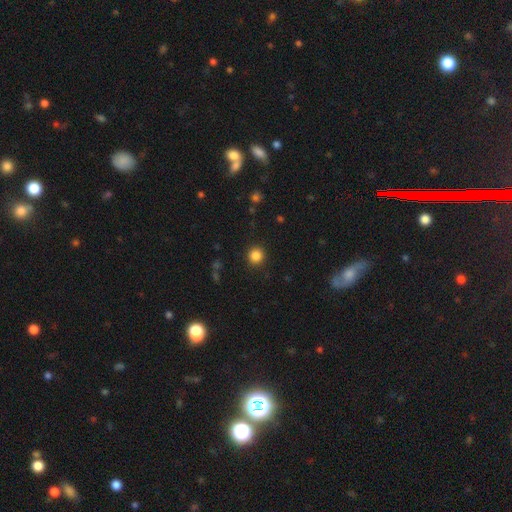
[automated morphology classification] Q: Smooth or featured?
A: smooth (85%); runner-up: star or artifact (12%)
Q: How rounded?
A: round (93%); runner-up: in between (6%)
Q: Merging?
A: none (91%); runner-up: minor disturbance (5%)